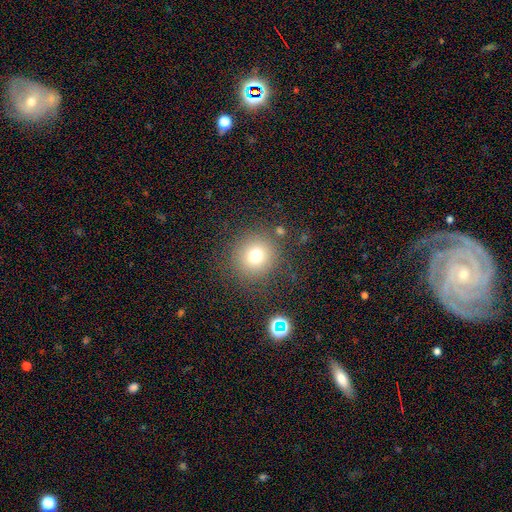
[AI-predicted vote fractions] A smooth galaxy with no disk features (73%) that is round (92%).

Vote fractions:
- Smooth or featured? smooth: 73% / star or artifact: 16% / featured or disk: 10%
- How rounded? round: 92% / in between: 7% / cigar-shaped: 1%
- Merging? none: 84% / minor disturbance: 8% / major disturbance: 5% / merger: 3%